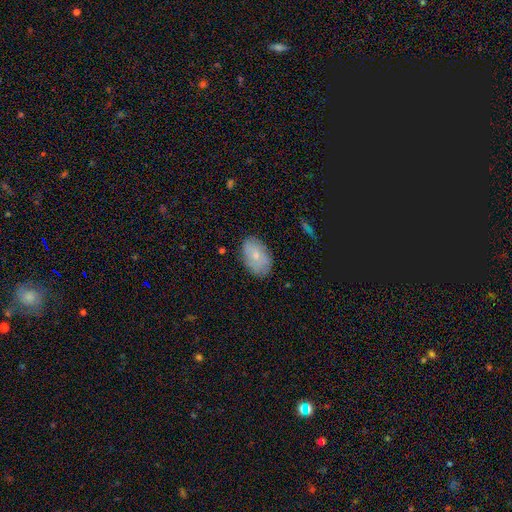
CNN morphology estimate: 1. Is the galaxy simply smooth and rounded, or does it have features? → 62% smooth, 31% featured or disk, 7% star or artifact.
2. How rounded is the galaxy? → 91% in between, 8% round, 1% cigar-shaped.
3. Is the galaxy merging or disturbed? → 80% none, 16% minor disturbance, 3% major disturbance, 1% merger.